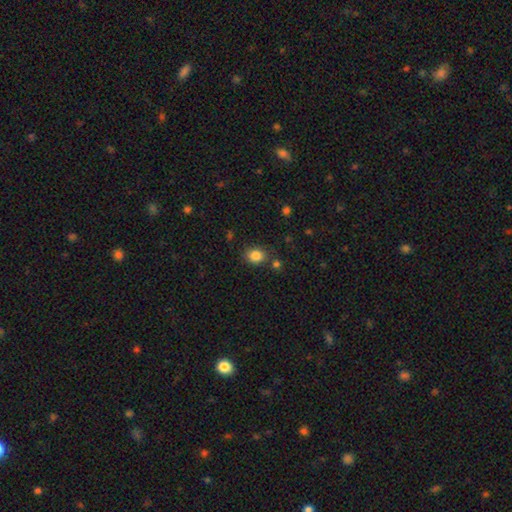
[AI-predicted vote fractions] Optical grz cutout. It shows a smooth galaxy with no disk features (85%) that is round (52%). Merging: none (76%).